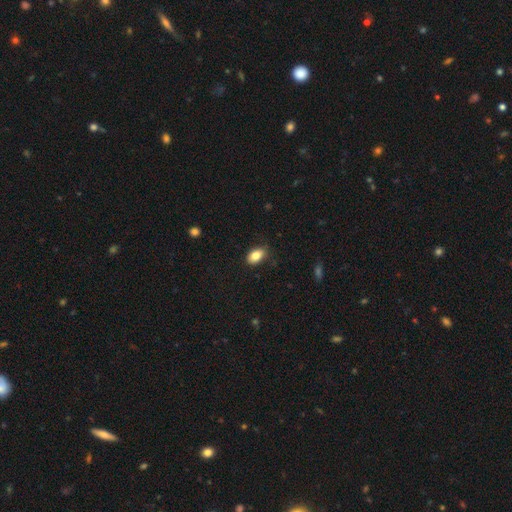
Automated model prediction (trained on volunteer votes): Morphology: type=smooth (84%); roundness=in between (89%); merging=none (82%).